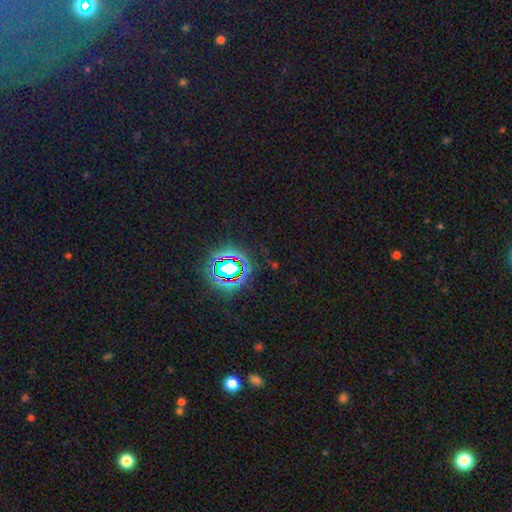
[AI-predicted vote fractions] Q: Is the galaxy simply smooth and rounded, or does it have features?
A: star or artifact — 79%.